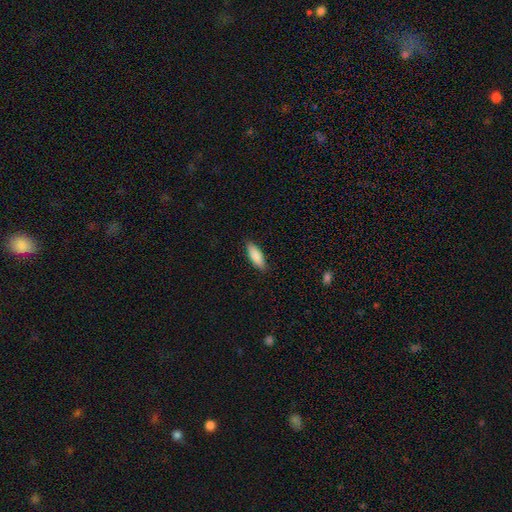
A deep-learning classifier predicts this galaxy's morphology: type=smooth (87%); roundness=in between (61%); merging=none (86%).